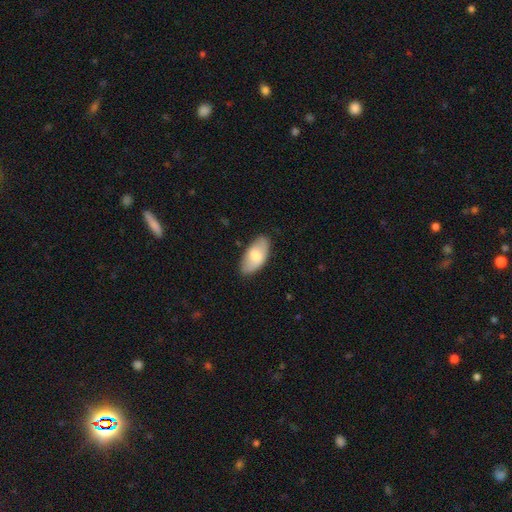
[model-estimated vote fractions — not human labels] This is likely a smooth galaxy (72%). How rounded: clearly in between (94%). Merging: clearly none (83%).